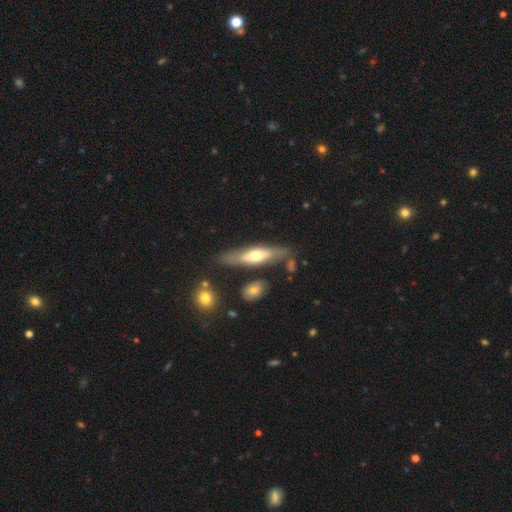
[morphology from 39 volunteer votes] Q: Smooth or featured?
A: featured or disk (62%); runner-up: smooth (36%)
Q: Edge-on disk?
A: yes (50%); tied with: no (50%)
Q: Edge-on bulge?
A: rounded (92%); runner-up: none (8%)
Q: Merging?
A: none (82%); runner-up: merger (11%)